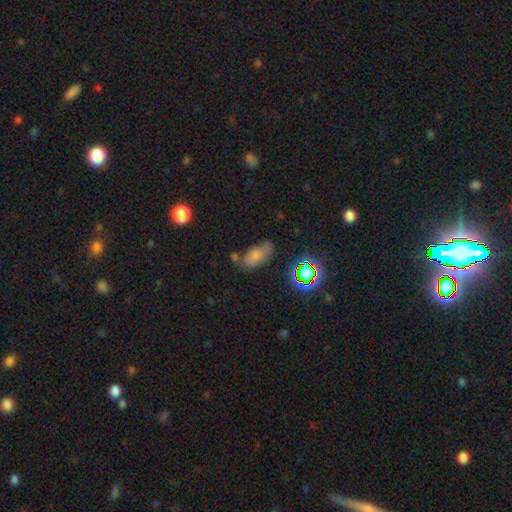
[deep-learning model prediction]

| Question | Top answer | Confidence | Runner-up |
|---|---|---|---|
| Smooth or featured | smooth | 69% | star or artifact (17%) |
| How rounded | in between | 89% | round (6%) |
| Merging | none | 61% | minor disturbance (23%) |